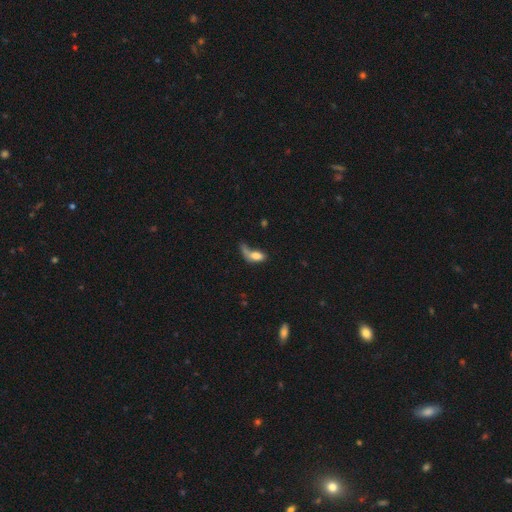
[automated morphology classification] A smooth galaxy with no disk features (68%) that is in between round and cigar-shaped (79%).

Vote fractions:
- Smooth or featured? smooth: 68% / featured or disk: 22% / star or artifact: 10%
- How rounded? in between: 79% / cigar-shaped: 12% / round: 9%
- Merging? major disturbance: 38% / none: 23% / merger: 20% / minor disturbance: 18%